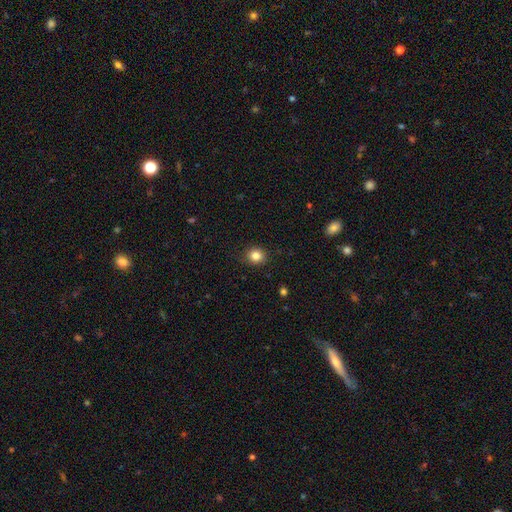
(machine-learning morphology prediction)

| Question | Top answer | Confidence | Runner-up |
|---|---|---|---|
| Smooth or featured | smooth | 84% | star or artifact (11%) |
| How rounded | round | 83% | in between (16%) |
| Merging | none | 89% | minor disturbance (8%) |